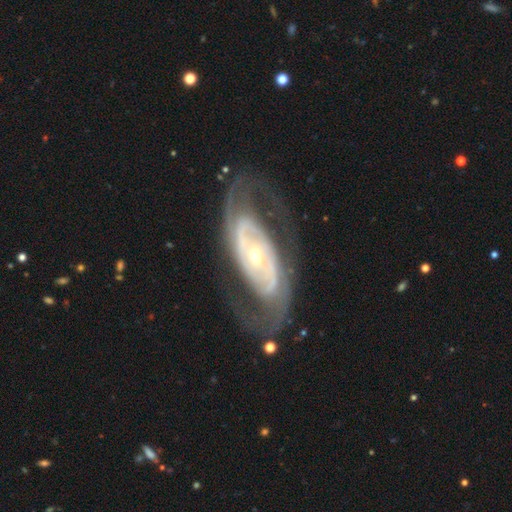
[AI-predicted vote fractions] A featured or disk galaxy (87%) with no bar (63%), 2 (76%) tight (43%) spiral arms (85%) and a small central bulge (57%). Merging: none (72%).